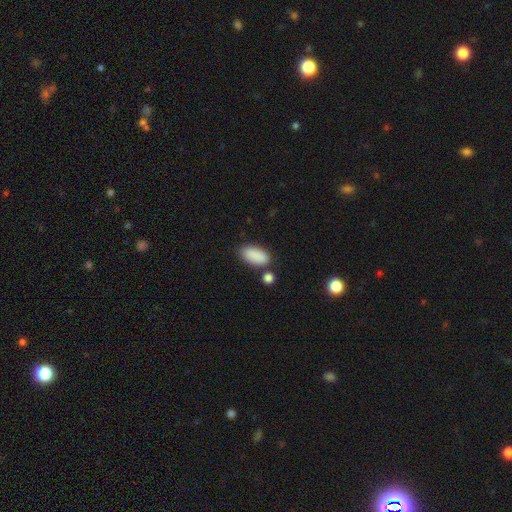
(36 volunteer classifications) Overall: smooth (94%). How rounded: in between (97%). Merging: none (74%).